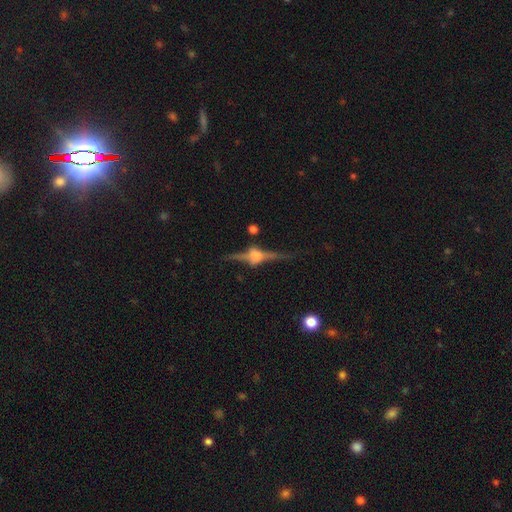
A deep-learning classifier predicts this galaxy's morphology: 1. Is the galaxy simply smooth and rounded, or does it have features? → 85% featured or disk, 8% star or artifact, 7% smooth.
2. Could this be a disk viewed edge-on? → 96% yes, 4% no.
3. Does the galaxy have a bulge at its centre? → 91% rounded, 7% boxy, 2% none.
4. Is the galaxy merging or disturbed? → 79% none, 13% minor disturbance, 5% major disturbance, 3% merger.